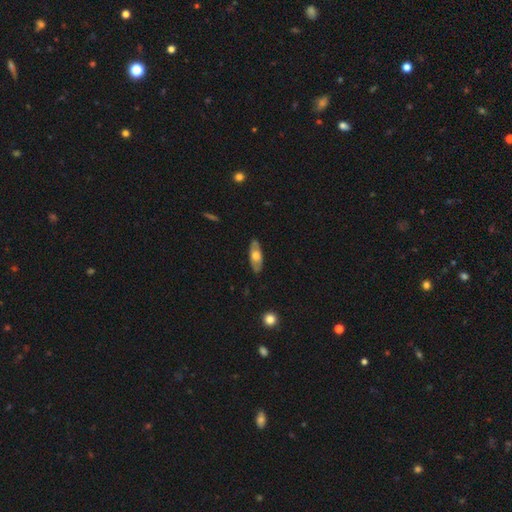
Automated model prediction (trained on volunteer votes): Smooth or featured?
  - smooth: 51% *
  - featured or disk: 43%
  - star or artifact: 5%
How rounded?
  - in between: 76% *
  - cigar-shaped: 21%
  - round: 3%
Merging?
  - none: 84% *
  - minor disturbance: 13%
  - major disturbance: 2%
  - merger: 1%